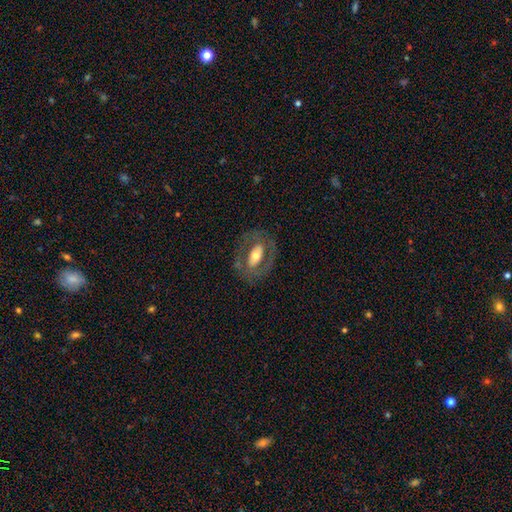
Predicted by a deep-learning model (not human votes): The model was most divided on "smooth or featured": featured or disk: 56%, smooth: 38%, star or artifact: 6%. More confident: edge-on disk — no (88%); merging — none (75%).